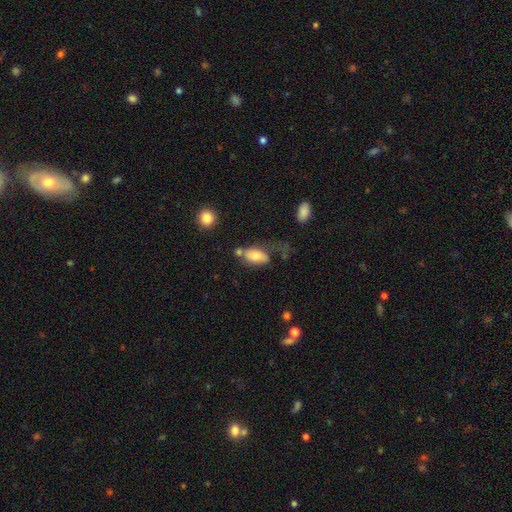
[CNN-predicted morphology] smooth-or-featured: smooth: 72% | featured or disk: 21% | star or artifact: 8%
  how-rounded: in between: 90% | round: 5% | cigar-shaped: 5%
  merging: none: 34% | major disturbance: 25% | minor disturbance: 23% | merger: 19%